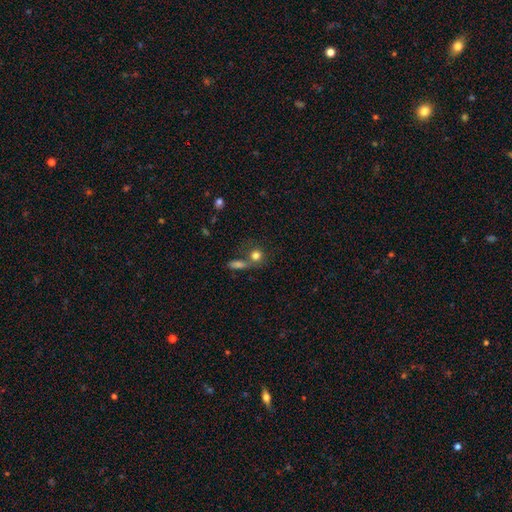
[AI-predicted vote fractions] A smooth galaxy with no disk features (78%) that is round (82%). Merging: none (48%).